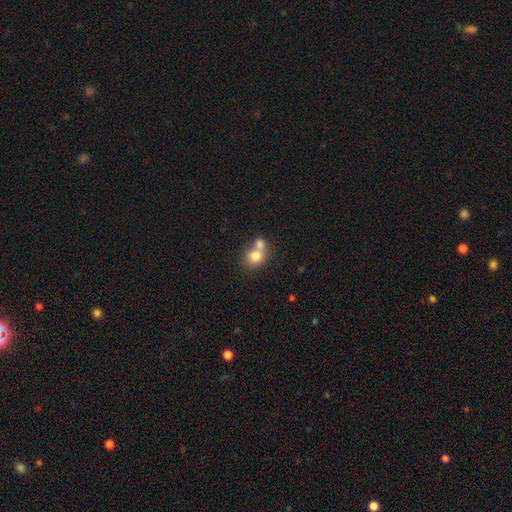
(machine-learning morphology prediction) Smooth or featured?
  - smooth: 77% *
  - featured or disk: 14%
  - star or artifact: 9%
How rounded?
  - round: 70% *
  - in between: 29%
  - cigar-shaped: 1%
Merging?
  - merger: 59% *
  - none: 31%
  - minor disturbance: 7%
  - major disturbance: 3%